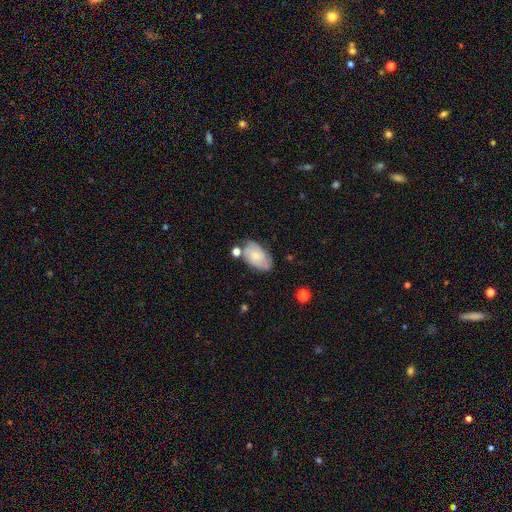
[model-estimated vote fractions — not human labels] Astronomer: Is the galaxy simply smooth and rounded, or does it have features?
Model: smooth — 60%.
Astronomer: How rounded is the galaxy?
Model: in between — 92%.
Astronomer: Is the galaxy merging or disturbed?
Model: none — 60%.